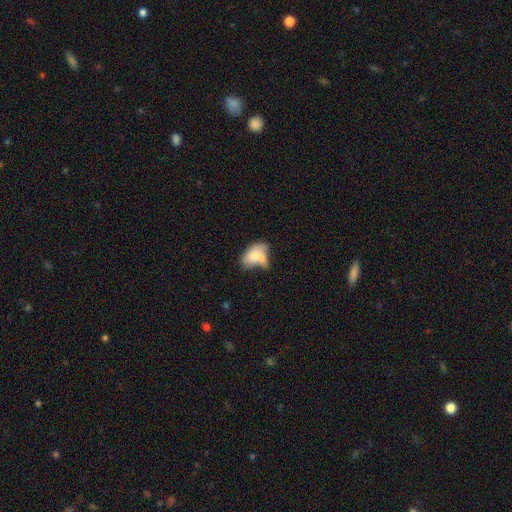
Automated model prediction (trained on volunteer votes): This is likely a smooth galaxy (71%). How rounded: clearly in between (88%). Merging: marginally merger (40%).